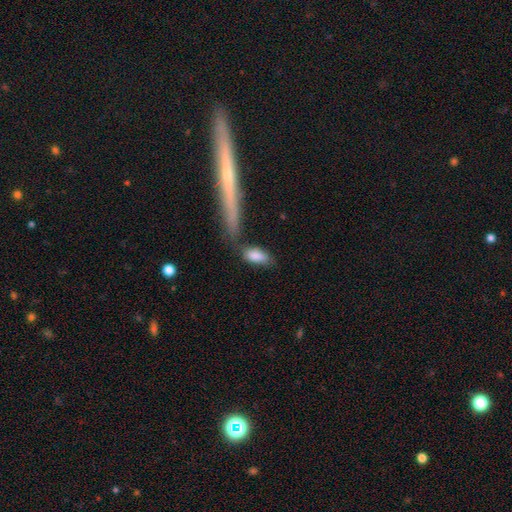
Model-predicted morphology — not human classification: Smooth or featured? smooth (83%)
How rounded? in between (81%)
Merging? none (51%)